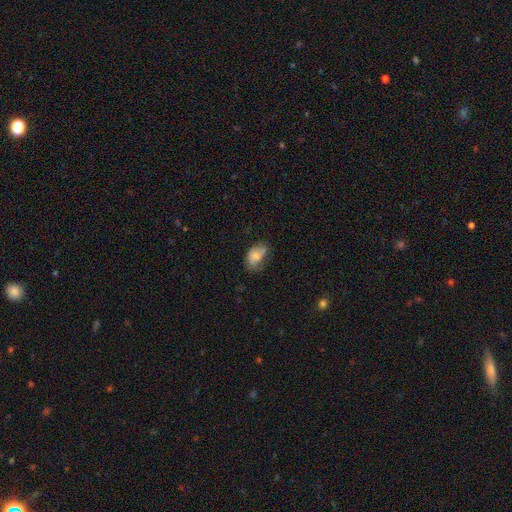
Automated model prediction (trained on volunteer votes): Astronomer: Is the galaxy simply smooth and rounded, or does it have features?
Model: smooth — 62%.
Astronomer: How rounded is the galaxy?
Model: in between — 83%.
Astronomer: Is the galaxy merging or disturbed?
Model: none — 43% (runner-up: minor disturbance, 33%).